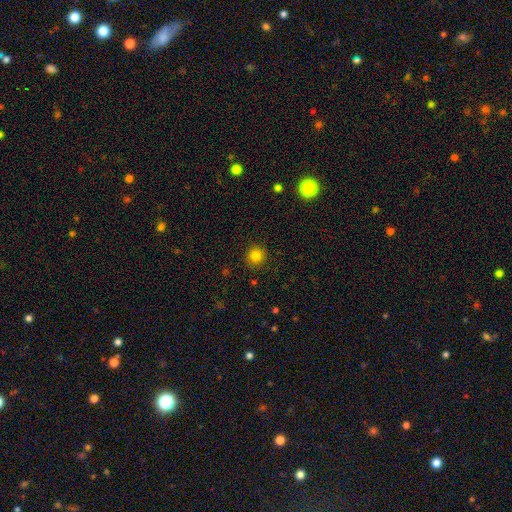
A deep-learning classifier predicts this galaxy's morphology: type=smooth (83%); roundness=round (93%); merging=none (90%).